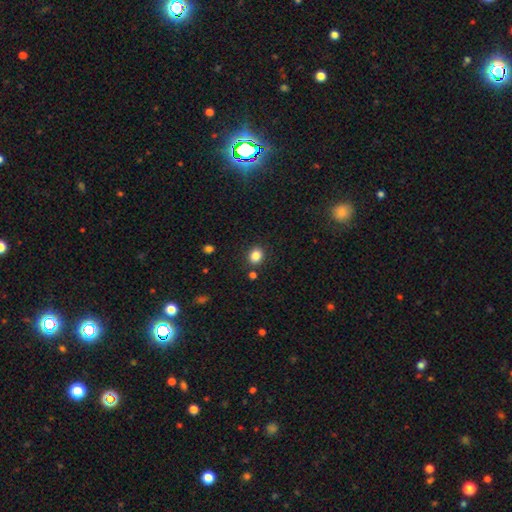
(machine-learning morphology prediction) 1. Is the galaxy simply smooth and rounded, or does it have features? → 84% smooth, 11% star or artifact, 5% featured or disk.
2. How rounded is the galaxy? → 58% round, 41% in between, 1% cigar-shaped.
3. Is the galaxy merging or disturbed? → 83% none, 9% minor disturbance, 5% merger, 3% major disturbance.